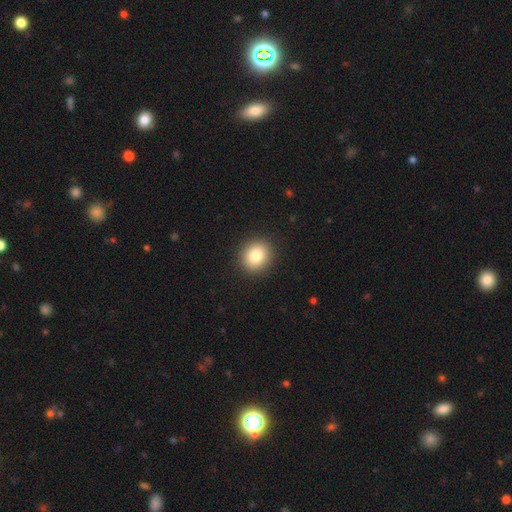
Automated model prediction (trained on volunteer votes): smooth_or_featured: smooth (p=0.84) [alt: star or artifact p=0.09]
how_rounded: round (p=0.78) [alt: in between p=0.21]
merging: none (p=0.92) [alt: minor disturbance p=0.05]